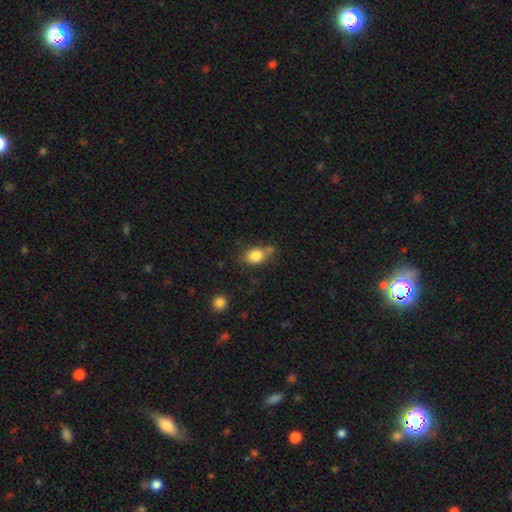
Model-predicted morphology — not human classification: A smooth galaxy with no disk features (82%) that is in between round and cigar-shaped (68%).

Vote fractions:
- Smooth or featured? smooth: 82% / star or artifact: 9% / featured or disk: 9%
- How rounded? in between: 68% / round: 30% / cigar-shaped: 2%
- Merging? none: 55% / minor disturbance: 24% / merger: 14% / major disturbance: 7%